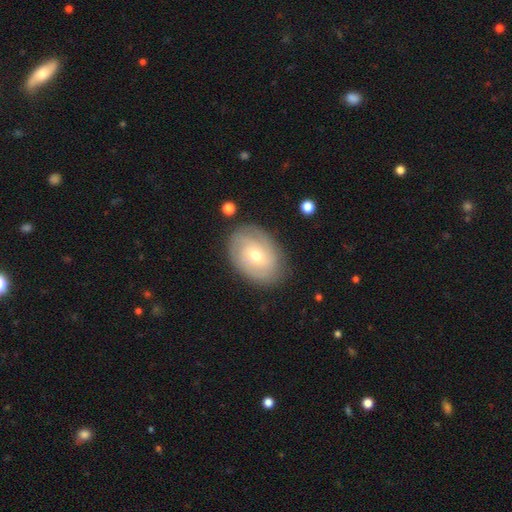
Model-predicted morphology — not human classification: The model was most divided on "bulge size": moderate: 57%, small: 39%, large: 2%, none: 1%, dominant: 1%. More confident: edge-on disk — no (95%); merging — none (81%); spiral arms — yes (81%); smooth or featured — featured or disk (64%); bar — no (55%).